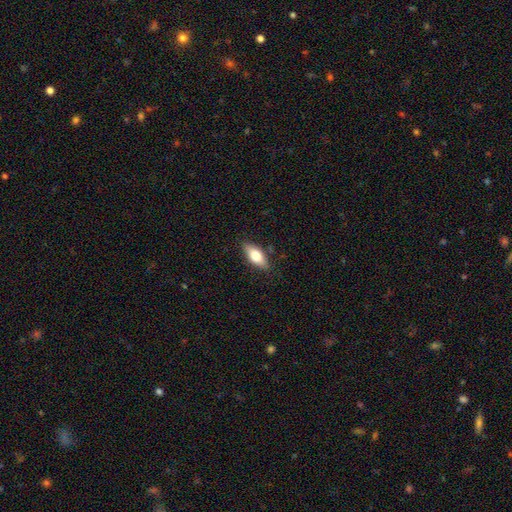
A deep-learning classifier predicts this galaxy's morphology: A smooth galaxy with no disk features (70%) that is in between round and cigar-shaped (79%).

Vote fractions:
- Smooth or featured? smooth: 70% / featured or disk: 24% / star or artifact: 6%
- How rounded? in between: 79% / cigar-shaped: 18% / round: 3%
- Merging? none: 84% / minor disturbance: 12% / major disturbance: 3% / merger: 1%